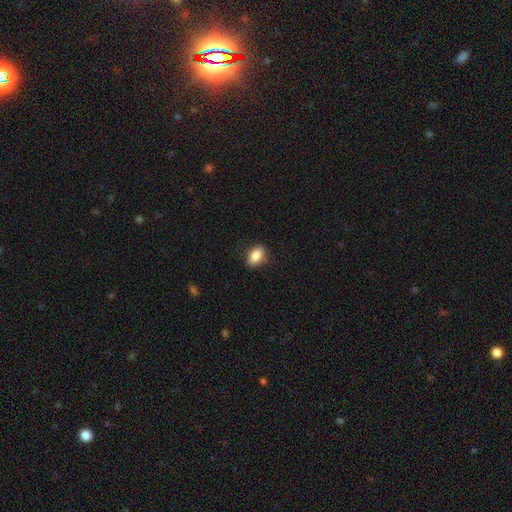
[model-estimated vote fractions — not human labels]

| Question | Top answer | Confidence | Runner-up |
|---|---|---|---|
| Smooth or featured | smooth | 87% | star or artifact (8%) |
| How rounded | in between | 85% | round (12%) |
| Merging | none | 84% | minor disturbance (12%) |